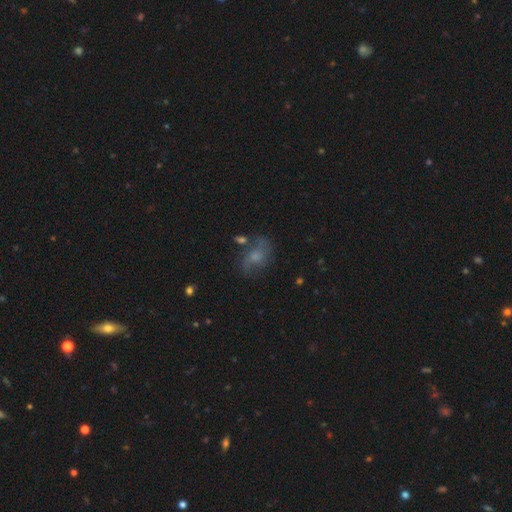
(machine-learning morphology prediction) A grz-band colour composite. It shows a featured or disk galaxy (49%). Merging: none (54%).